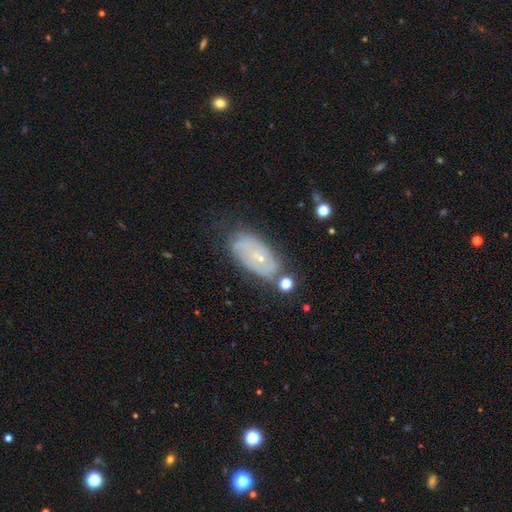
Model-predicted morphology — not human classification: type=featured or disk (66%); edge-on=no (92%); bar=no (76%); spiral arms=yes (77%); bulge=small (78%); merging=none (60%).